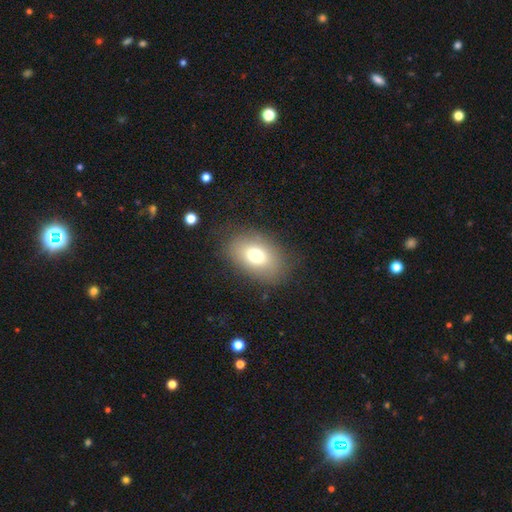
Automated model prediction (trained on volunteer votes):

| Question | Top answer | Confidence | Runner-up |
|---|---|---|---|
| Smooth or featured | smooth | 74% | featured or disk (15%) |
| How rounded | in between | 83% | round (15%) |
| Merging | none | 80% | minor disturbance (13%) |